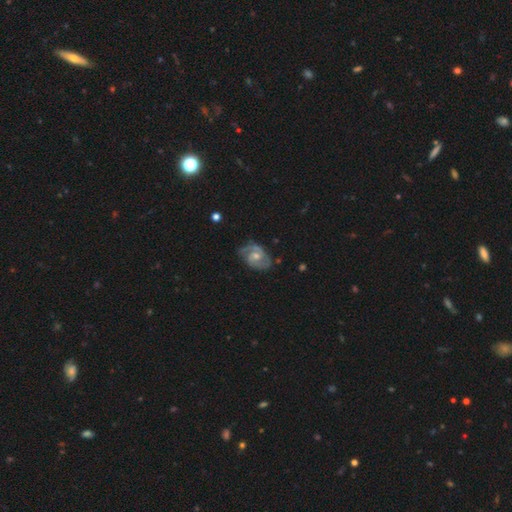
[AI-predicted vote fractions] smooth_or_featured: featured or disk (p=0.85) [alt: smooth p=0.10]
disk_edge_on: no (p=0.97) [alt: yes p=0.03]
bar: no (p=0.52) [alt: weak p=0.42]
has_spiral_arms: yes (p=0.96) [alt: no p=0.04]
spiral_winding: medium (p=0.48) [alt: tight p=0.38]
spiral_arm_count: 2 (p=0.85) [alt: can't tell p=0.07]
bulge_size: moderate (p=0.57) [alt: small p=0.37]
merging: none (p=0.69) [alt: minor disturbance p=0.22]